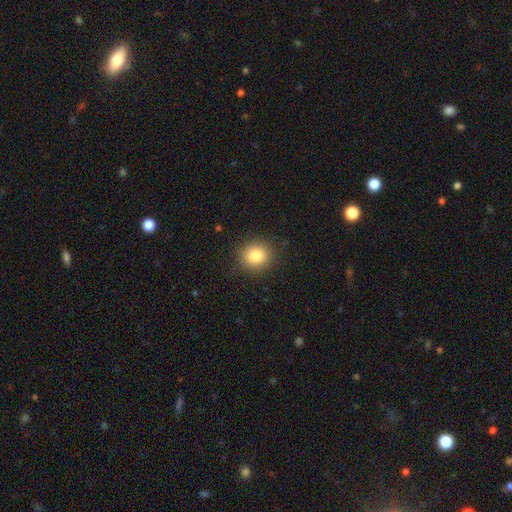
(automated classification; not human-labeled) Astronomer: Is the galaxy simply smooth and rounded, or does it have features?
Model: smooth — 84%.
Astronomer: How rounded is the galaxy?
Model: round — 81%.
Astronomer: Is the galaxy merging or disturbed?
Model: none — 89%.